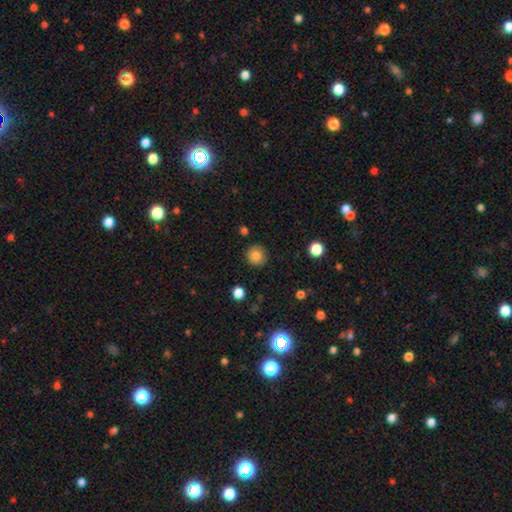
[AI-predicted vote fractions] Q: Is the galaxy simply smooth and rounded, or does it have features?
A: smooth — 83%.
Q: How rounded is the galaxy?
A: round — 94%.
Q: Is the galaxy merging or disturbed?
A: none — 90%.